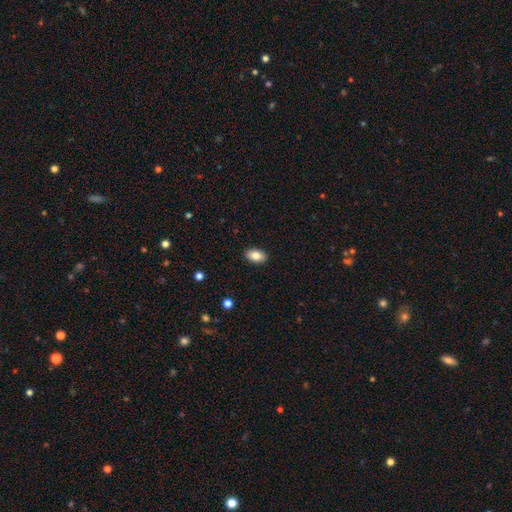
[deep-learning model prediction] A smooth galaxy with no disk features (83%) that is in between round and cigar-shaped (91%). Merging: none (90%).